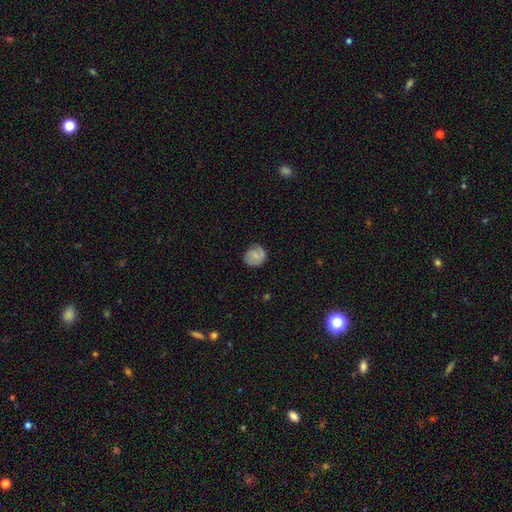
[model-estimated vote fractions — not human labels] Smooth or featured?
  - smooth: 58% *
  - featured or disk: 35%
  - star or artifact: 7%
How rounded?
  - round: 82% *
  - in between: 17%
  - cigar-shaped: 1%
Merging?
  - none: 77% *
  - minor disturbance: 18%
  - major disturbance: 4%
  - merger: 1%